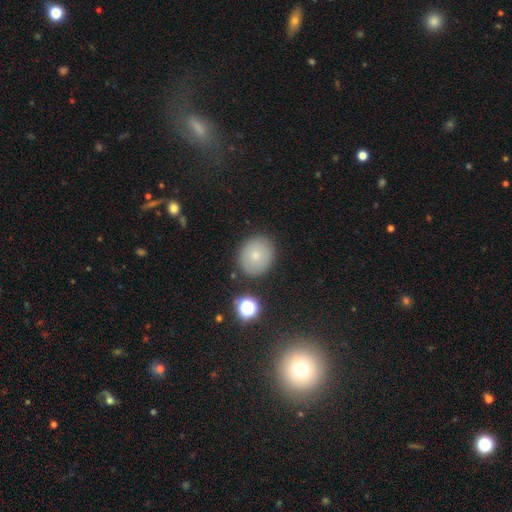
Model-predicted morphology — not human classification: smooth_or_featured: smooth (p=0.76) [alt: featured or disk p=0.13]
how_rounded: round (p=0.73) [alt: in between p=0.26]
merging: none (p=0.84) [alt: minor disturbance p=0.10]